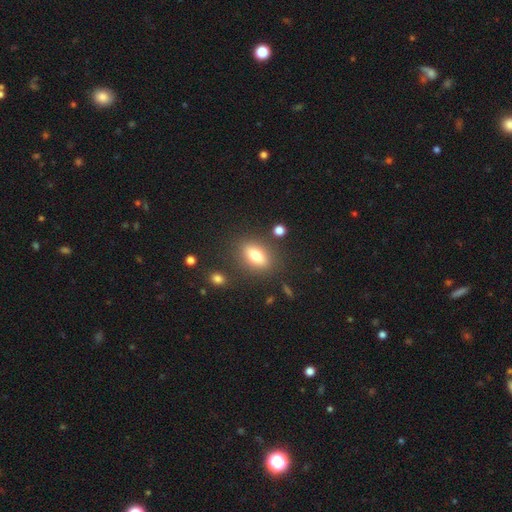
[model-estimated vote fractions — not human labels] smooth_or_featured: smooth (p=0.73) [alt: featured or disk p=0.17]
how_rounded: in between (p=0.77) [alt: round p=0.11]
merging: none (p=0.82) [alt: minor disturbance p=0.10]